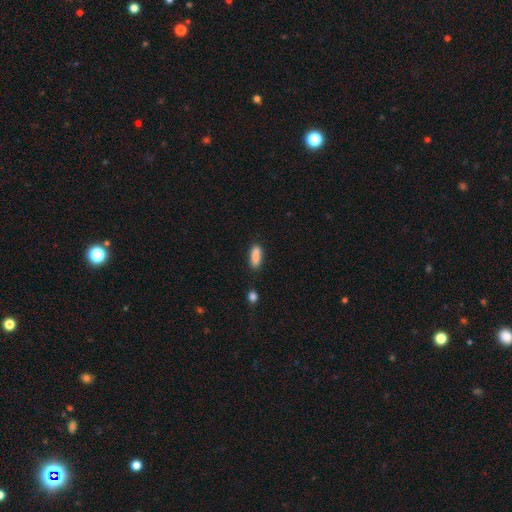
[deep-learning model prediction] Smooth or featured?
  - smooth: 88% *
  - star or artifact: 7%
  - featured or disk: 5%
How rounded?
  - in between: 58% *
  - cigar-shaped: 40%
  - round: 2%
Merging?
  - none: 79% *
  - minor disturbance: 14%
  - merger: 3%
  - major disturbance: 3%